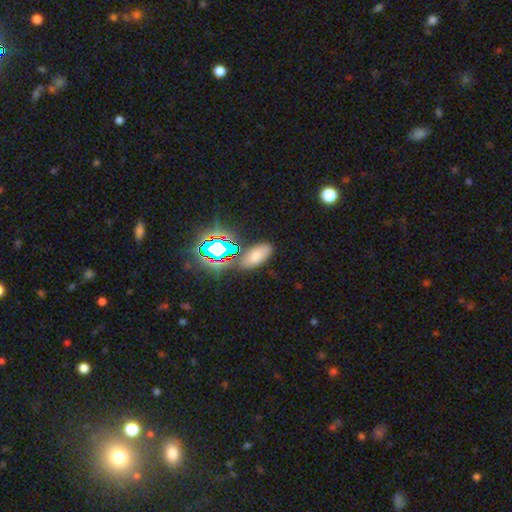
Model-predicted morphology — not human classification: Smooth or featured? Predicted: smooth (p=0.62). How rounded? Predicted: in between (p=0.89). Merging? Predicted: none (p=0.78).